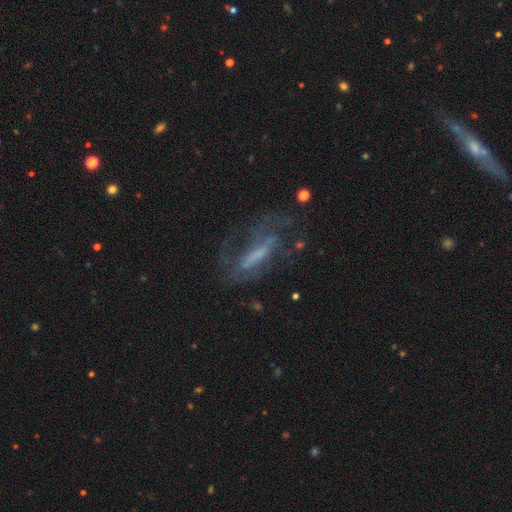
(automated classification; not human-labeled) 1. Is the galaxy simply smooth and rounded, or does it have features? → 66% featured or disk, 23% smooth, 11% star or artifact.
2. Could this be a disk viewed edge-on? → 77% no, 23% yes.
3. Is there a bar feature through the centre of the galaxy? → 48% strong, 28% weak, 25% no.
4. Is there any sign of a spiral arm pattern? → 69% yes, 31% no.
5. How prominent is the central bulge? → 44% none, 26% small, 20% moderate, 8% large, 2% dominant.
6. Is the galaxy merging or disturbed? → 49% none, 28% major disturbance, 20% minor disturbance, 3% merger.